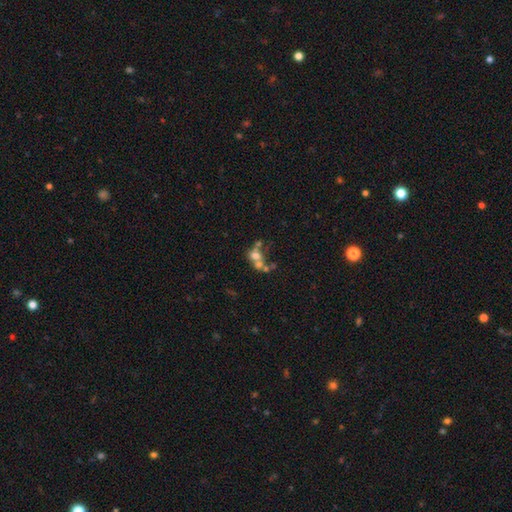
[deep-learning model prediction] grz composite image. It shows a smooth galaxy with no disk features (49%). Merging: merger (57%).